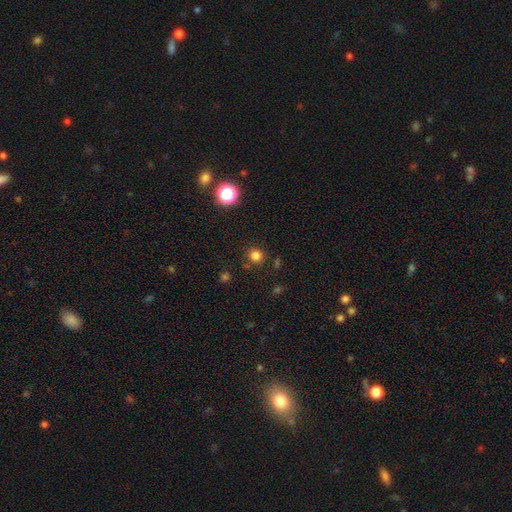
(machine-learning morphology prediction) Smooth or featured?
  - smooth: 79% *
  - star or artifact: 16%
  - featured or disk: 5%
How rounded?
  - round: 91% *
  - in between: 8%
  - cigar-shaped: 1%
Merging?
  - none: 86% *
  - minor disturbance: 8%
  - merger: 3%
  - major disturbance: 3%